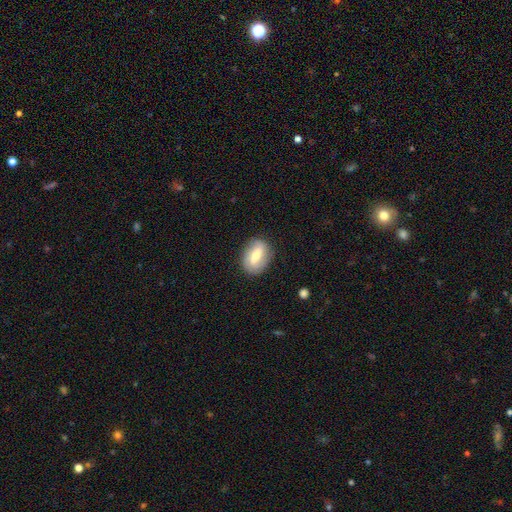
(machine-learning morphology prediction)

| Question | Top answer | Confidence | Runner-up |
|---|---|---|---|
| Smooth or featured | smooth | 51% | featured or disk (42%) |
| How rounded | in between | 77% | round (20%) |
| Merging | none | 83% | minor disturbance (13%) |